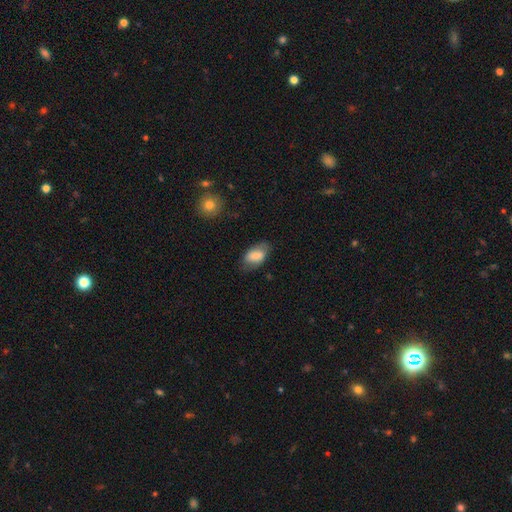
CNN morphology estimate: smooth 74%, featured or disk 19%, star or artifact 7%. Down the decision tree: how rounded — in between (92%); merging — none (72%).